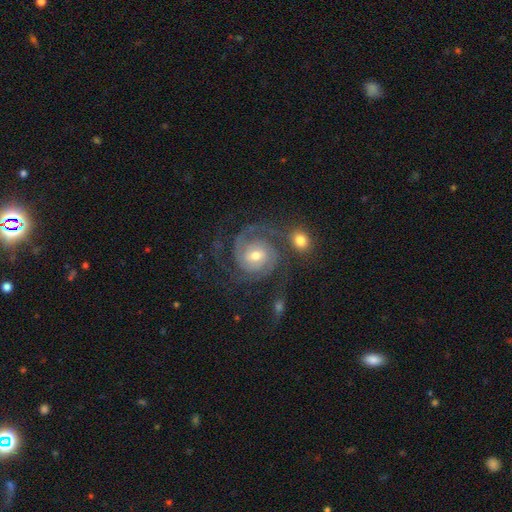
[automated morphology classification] A featured or disk galaxy (90%) with no bar (52%), 2 (49%) tight (60%) spiral arms (98%) and a moderate central bulge (64%). Merging: none (62%).